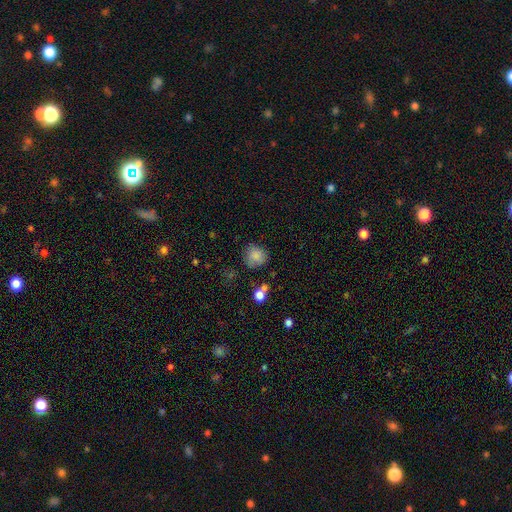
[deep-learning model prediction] Overall: smooth (82%). How rounded: round (83%). Merging: none (69%).